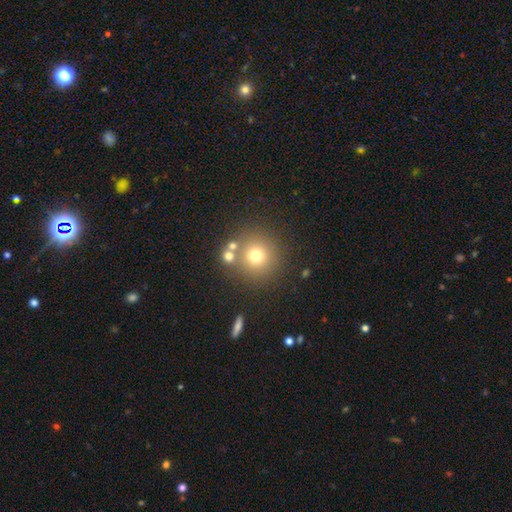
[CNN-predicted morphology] smooth_or_featured: smooth (p=0.70) [alt: star or artifact p=0.17]
how_rounded: round (p=0.93) [alt: in between p=0.06]
merging: none (p=0.74) [alt: merger p=0.14]